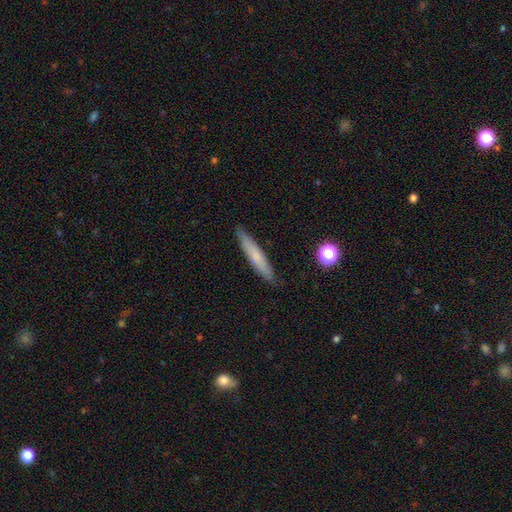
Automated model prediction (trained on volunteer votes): This appears to be a smooth galaxy with no disk features (66%) that is cigar-shaped (92%). Merging: none (88%).